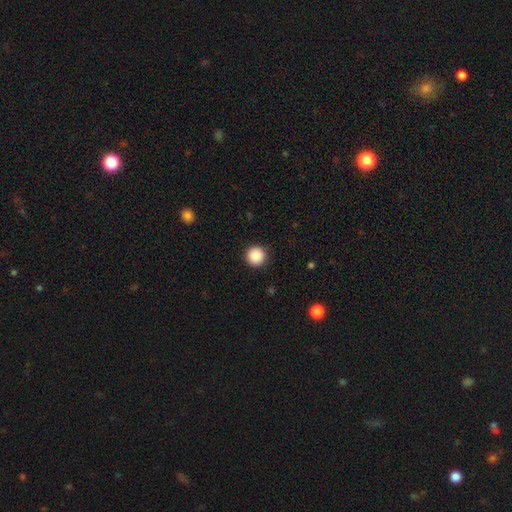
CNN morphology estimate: smooth 89%, star or artifact 9%, featured or disk 3%. Down the decision tree: how rounded — round (96%); merging — none (93%).